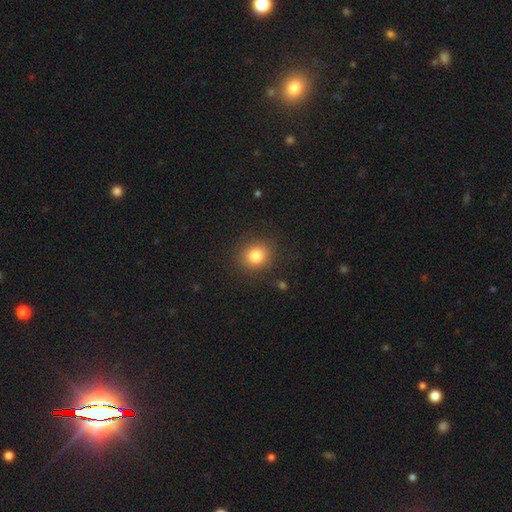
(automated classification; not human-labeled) A smooth galaxy with no disk features (82%) that is round (83%).

Vote fractions:
- Smooth or featured? smooth: 82% / star or artifact: 11% / featured or disk: 7%
- How rounded? round: 83% / in between: 16% / cigar-shaped: 1%
- Merging? none: 86% / minor disturbance: 9% / major disturbance: 3% / merger: 2%